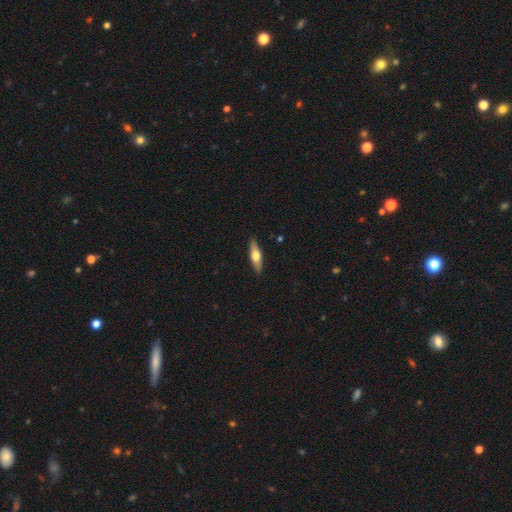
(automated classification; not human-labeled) A featured or disk galaxy (51%) viewed edge-on (91%).

Vote fractions:
- Smooth or featured? featured or disk: 51% / smooth: 43% / star or artifact: 6%
- Edge-on disk? yes: 91% / no: 9%
- Merging? none: 90% / minor disturbance: 8% / major disturbance: 2% / merger: 1%